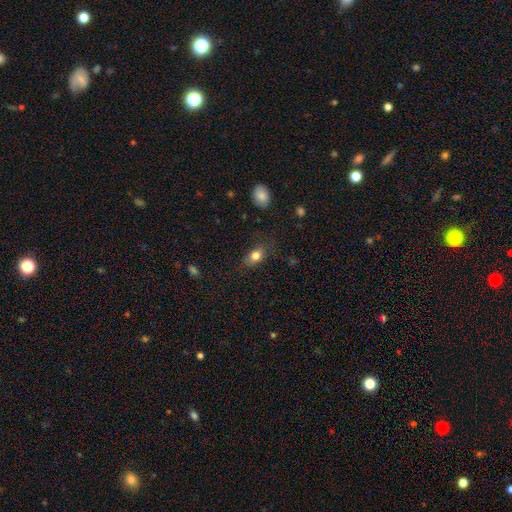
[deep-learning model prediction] Smooth or featured?
  - smooth: 81% *
  - star or artifact: 9%
  - featured or disk: 9%
How rounded?
  - in between: 77% *
  - round: 20%
  - cigar-shaped: 3%
Merging?
  - none: 72% *
  - minor disturbance: 20%
  - major disturbance: 6%
  - merger: 1%